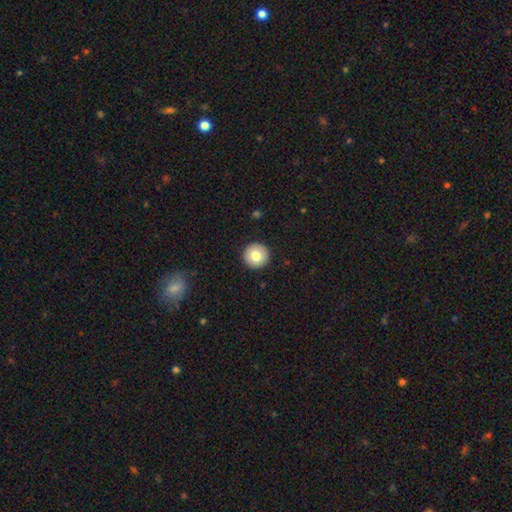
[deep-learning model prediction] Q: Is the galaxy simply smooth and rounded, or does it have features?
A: smooth — 80%.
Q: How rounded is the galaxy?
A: round — 96%.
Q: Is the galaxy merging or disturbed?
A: none — 93%.